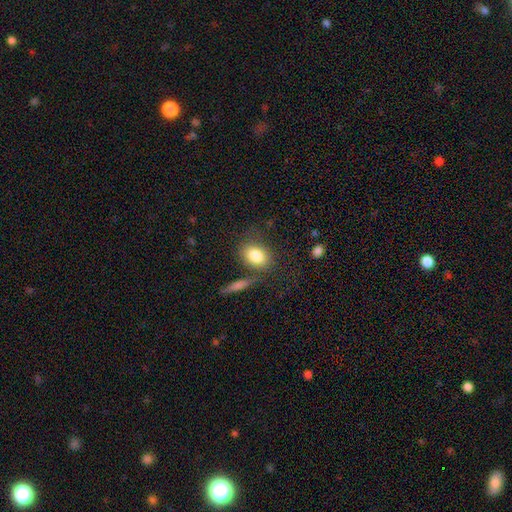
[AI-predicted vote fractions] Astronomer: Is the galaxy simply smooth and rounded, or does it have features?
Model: smooth — 82%.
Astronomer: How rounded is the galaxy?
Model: in between — 72%.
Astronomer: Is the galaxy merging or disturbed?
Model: none — 70%.